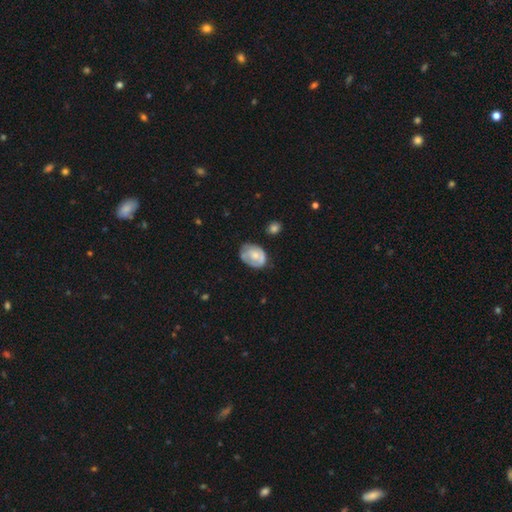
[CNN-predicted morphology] smooth_or_featured: smooth (p=0.50) [alt: featured or disk p=0.44]
merging: none (p=0.55) [alt: minor disturbance p=0.32]